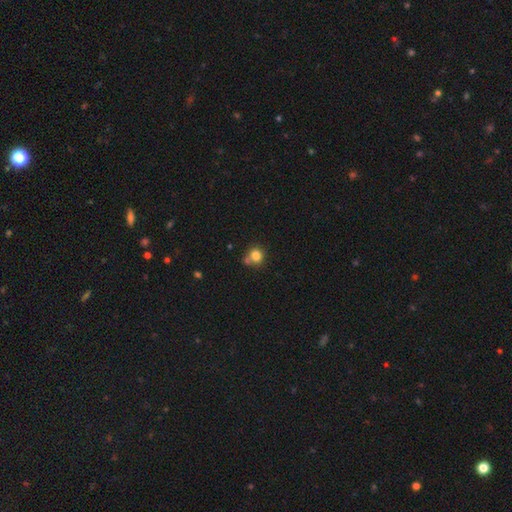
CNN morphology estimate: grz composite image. It shows a smooth galaxy with no disk features (81%) that is round (82%). Merging: none (57%).